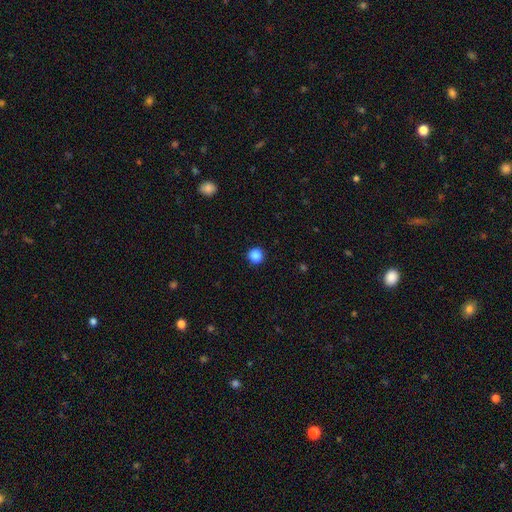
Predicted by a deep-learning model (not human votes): Smooth or featured? Predicted: smooth (p=0.86). How rounded? Predicted: round (p=0.94). Merging? Predicted: none (p=0.93).